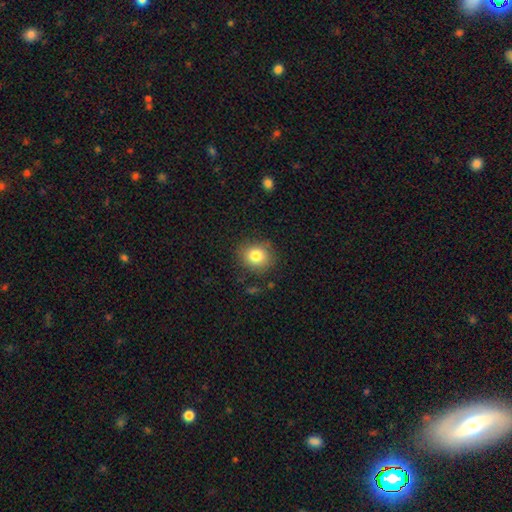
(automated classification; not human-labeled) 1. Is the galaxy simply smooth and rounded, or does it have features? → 81% smooth, 10% star or artifact, 8% featured or disk.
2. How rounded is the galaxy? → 79% round, 20% in between, 1% cigar-shaped.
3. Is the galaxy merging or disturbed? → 85% none, 11% minor disturbance, 3% major disturbance, 2% merger.